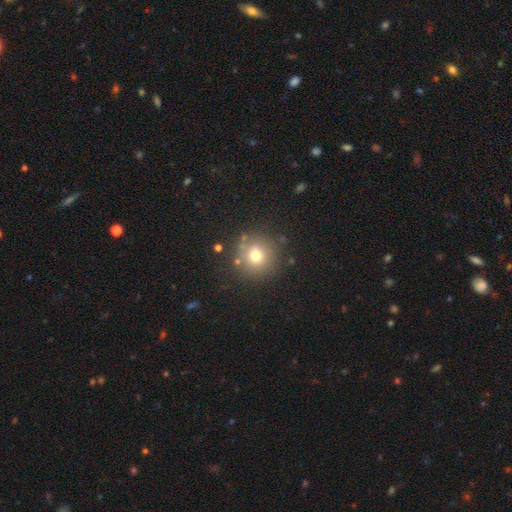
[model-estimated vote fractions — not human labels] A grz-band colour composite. It shows a smooth galaxy with no disk features (70%) that is round (92%). Merging: none (81%).